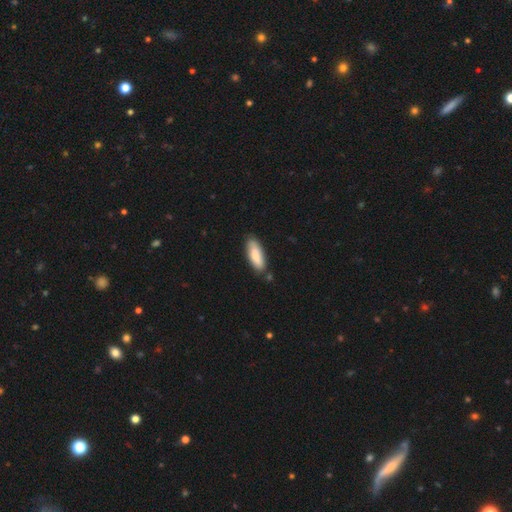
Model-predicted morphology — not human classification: Smooth or featured? smooth (77%)
How rounded? in between (68%)
Merging? none (77%)